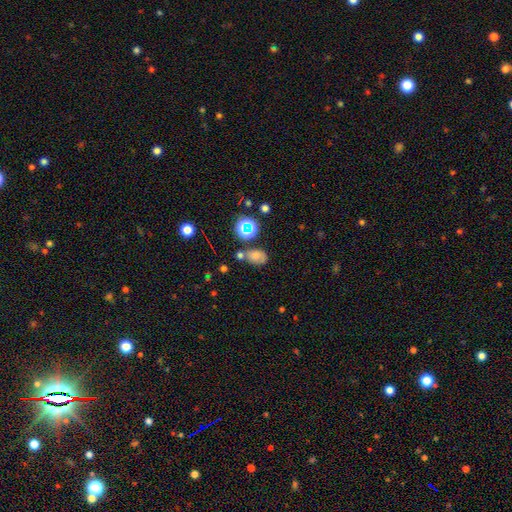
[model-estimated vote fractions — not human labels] Smooth or featured?
  - smooth: 65% *
  - star or artifact: 22%
  - featured or disk: 13%
How rounded?
  - in between: 76% *
  - round: 22%
  - cigar-shaped: 2%
Merging?
  - none: 53% *
  - merger: 20%
  - minor disturbance: 20%
  - major disturbance: 7%